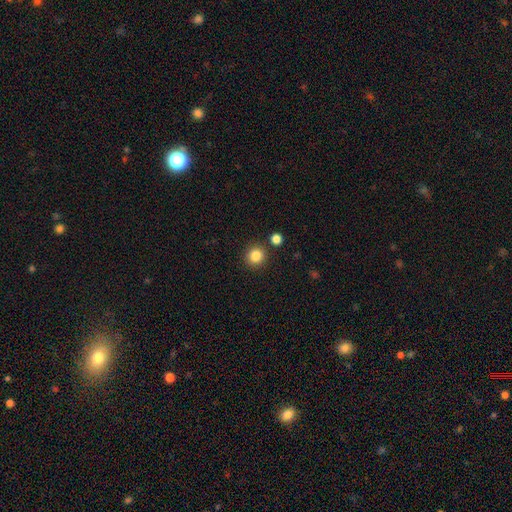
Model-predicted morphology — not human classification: A smooth galaxy with no disk features (84%) that is round (92%).

Vote fractions:
- Smooth or featured? smooth: 84% / star or artifact: 11% / featured or disk: 5%
- How rounded? round: 92% / in between: 7% / cigar-shaped: 1%
- Merging? none: 87% / minor disturbance: 6% / merger: 5% / major disturbance: 2%